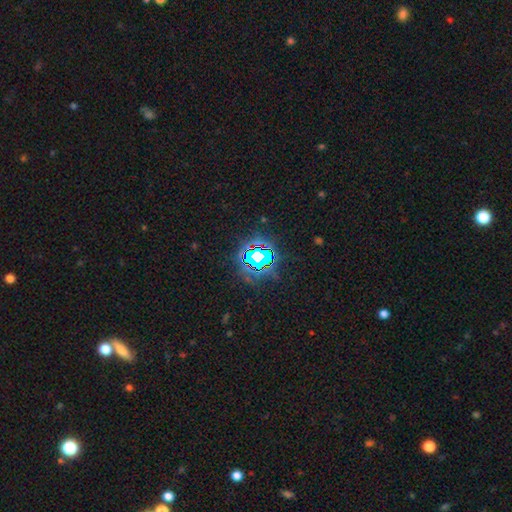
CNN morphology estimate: The model was most divided on "smooth or featured": star or artifact: 79%, smooth: 12%, featured or disk: 9%.